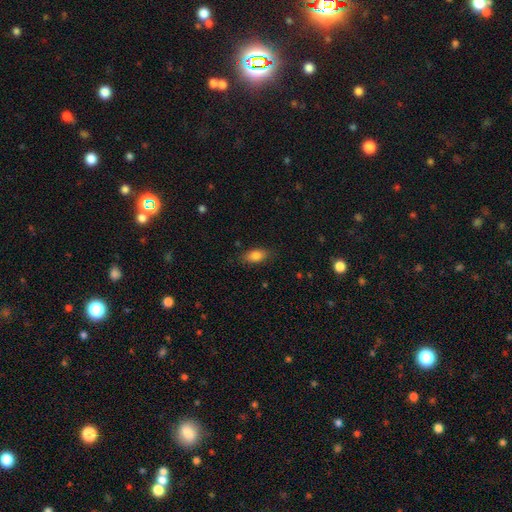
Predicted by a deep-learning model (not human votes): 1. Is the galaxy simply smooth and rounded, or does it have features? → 83% smooth, 8% featured or disk, 8% star or artifact.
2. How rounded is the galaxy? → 87% in between, 8% cigar-shaped, 5% round.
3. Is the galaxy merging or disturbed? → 83% none, 13% minor disturbance, 3% major disturbance, 1% merger.